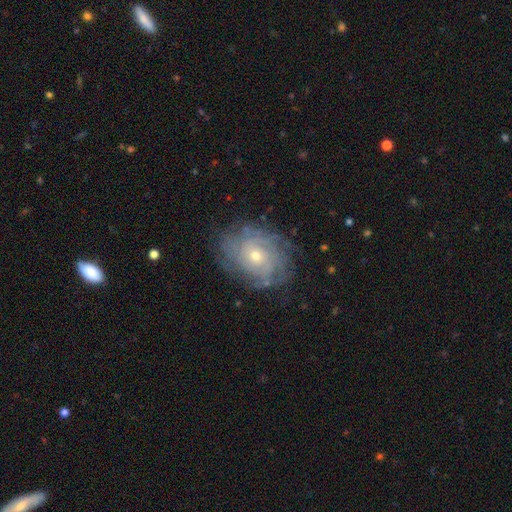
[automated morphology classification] A featured or disk galaxy (77%) with no bar (81%), tight (71%) spiral arms (89%) and a small central bulge (59%). Merging: none (77%).